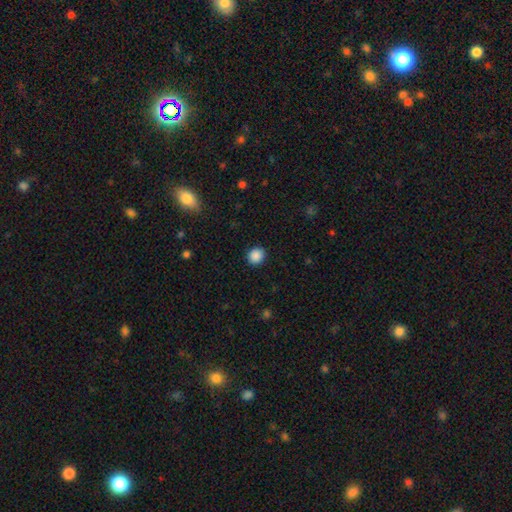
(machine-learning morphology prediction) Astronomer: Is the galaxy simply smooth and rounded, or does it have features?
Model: smooth — 88%.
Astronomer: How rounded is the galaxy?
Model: round — 82%.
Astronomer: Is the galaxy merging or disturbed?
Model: none — 90%.